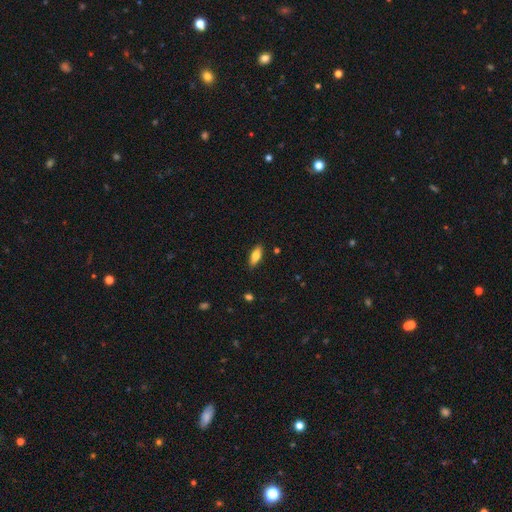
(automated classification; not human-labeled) Q: Smooth or featured?
A: smooth (72%); runner-up: featured or disk (21%)
Q: How rounded?
A: in between (68%); runner-up: cigar-shaped (30%)
Q: Merging?
A: none (87%); runner-up: minor disturbance (9%)